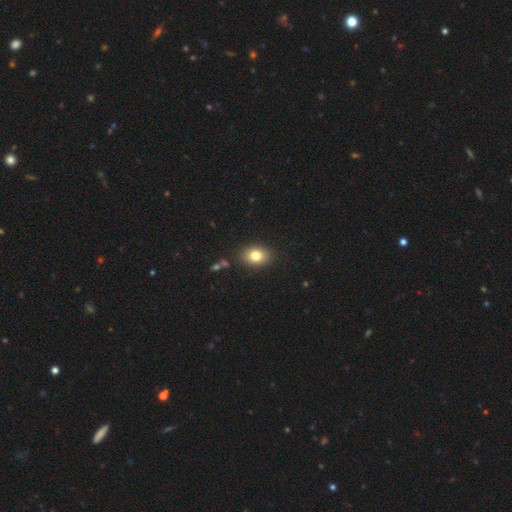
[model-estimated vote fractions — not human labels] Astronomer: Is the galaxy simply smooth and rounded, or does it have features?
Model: smooth — 81%.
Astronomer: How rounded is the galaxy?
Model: in between — 64%.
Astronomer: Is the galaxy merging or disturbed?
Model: none — 87%.